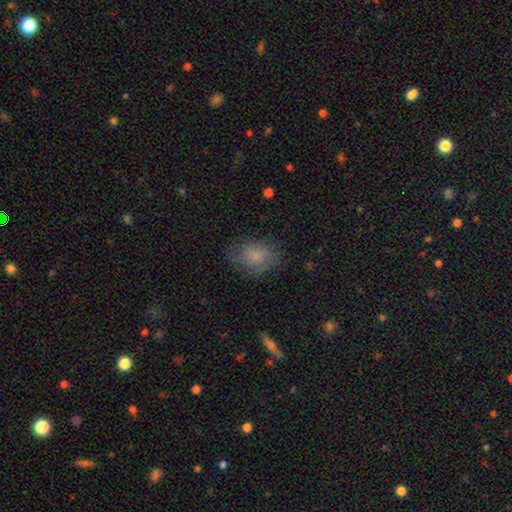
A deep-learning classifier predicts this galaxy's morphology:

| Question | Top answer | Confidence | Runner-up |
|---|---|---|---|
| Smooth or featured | smooth | 61% | featured or disk (29%) |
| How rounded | in between | 60% | round (39%) |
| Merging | none | 65% | minor disturbance (23%) |